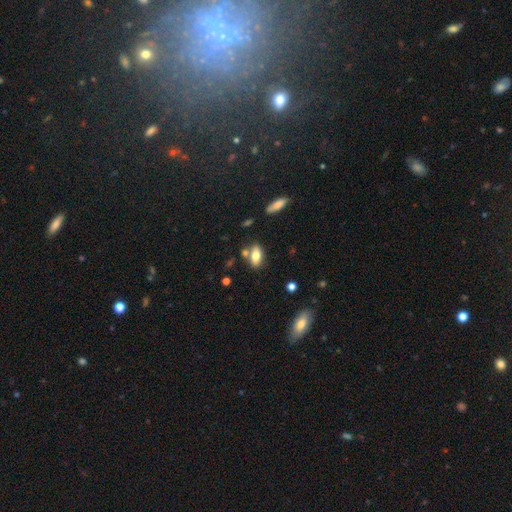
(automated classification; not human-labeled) This is likely a smooth galaxy (73%). How rounded: clearly in between (85%). Merging: likely none (70%).